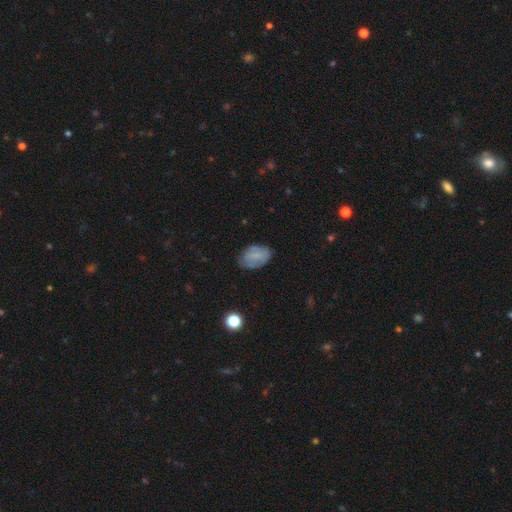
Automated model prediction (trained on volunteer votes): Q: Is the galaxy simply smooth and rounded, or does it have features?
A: smooth — 65%.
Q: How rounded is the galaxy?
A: in between — 87%.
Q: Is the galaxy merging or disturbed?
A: none — 71%.